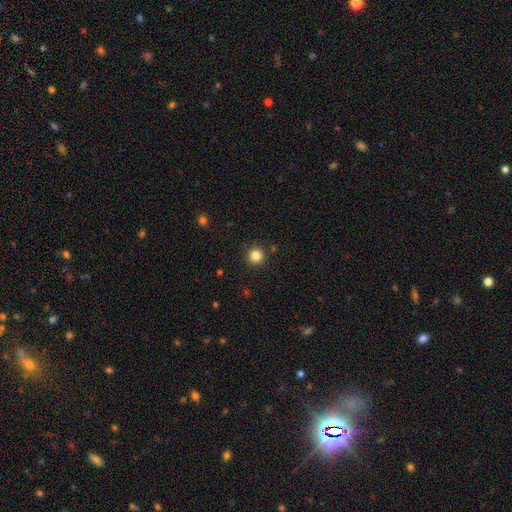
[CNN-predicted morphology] This is clearly a smooth galaxy (83%). How rounded: clearly round (95%). Merging: clearly none (91%).